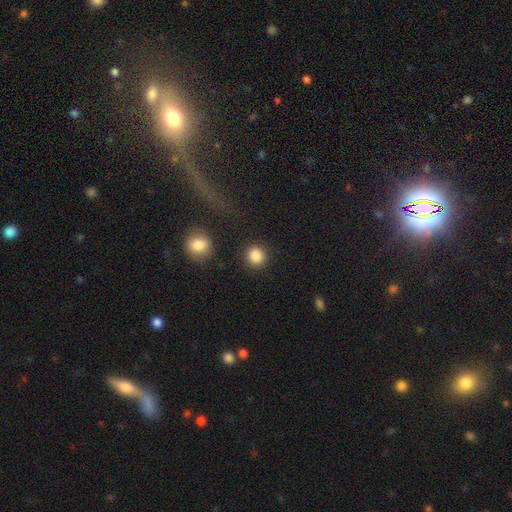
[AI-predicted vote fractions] Overall: smooth (87%). How rounded: round (91%). Merging: none (90%).